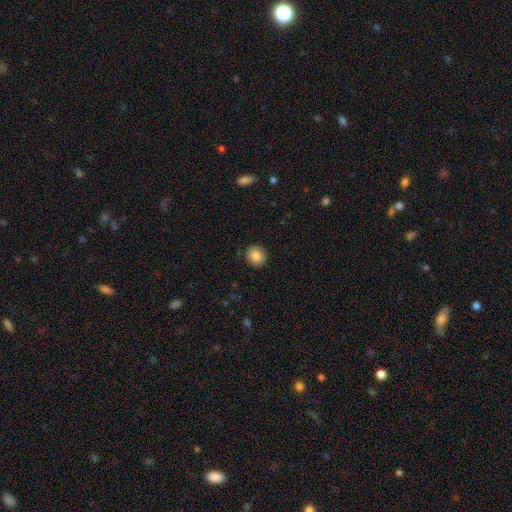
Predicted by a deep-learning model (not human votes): Q: Smooth or featured?
A: smooth (85%); runner-up: star or artifact (9%)
Q: How rounded?
A: round (82%); runner-up: in between (17%)
Q: Merging?
A: none (91%); runner-up: minor disturbance (6%)